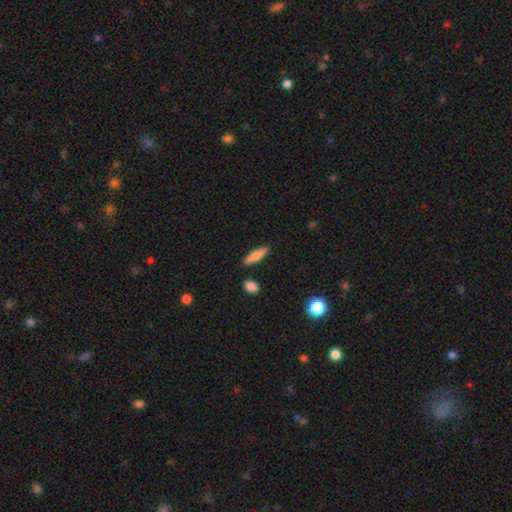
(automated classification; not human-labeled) Overall: smooth (73%). How rounded: cigar-shaped (65%; in between 32%). Merging: none (86%).